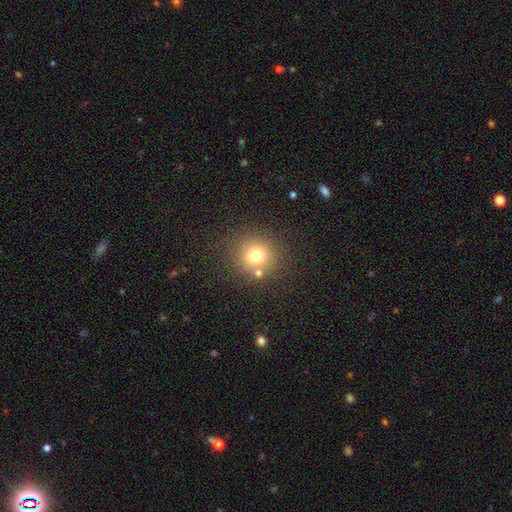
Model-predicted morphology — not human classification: A smooth galaxy with no disk features (72%) that is round (91%).

Vote fractions:
- Smooth or featured? smooth: 72% / star or artifact: 17% / featured or disk: 11%
- How rounded? round: 91% / in between: 8% / cigar-shaped: 1%
- Merging? none: 75% / merger: 12% / minor disturbance: 9% / major disturbance: 4%